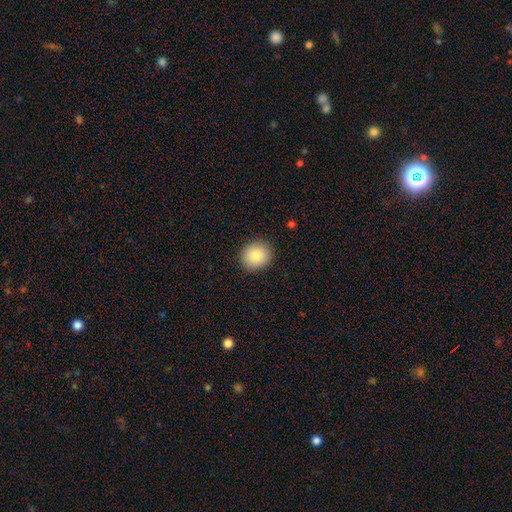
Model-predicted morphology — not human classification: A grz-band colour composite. It shows a smooth galaxy with no disk features (87%) that is round (73%). Merging: none (89%).